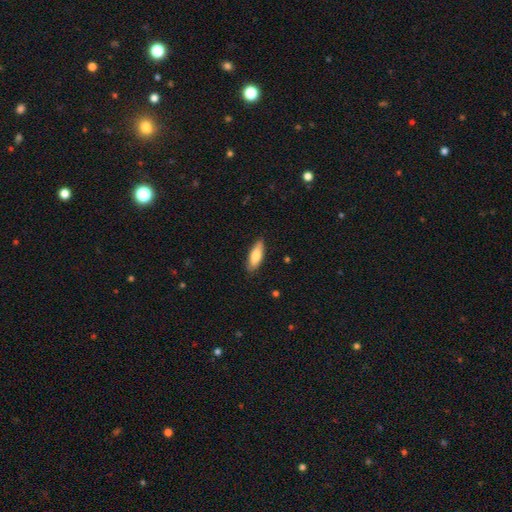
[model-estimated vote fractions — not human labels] The model was most divided on "how rounded": in between: 59%, cigar-shaped: 39%, round: 2%. More confident: merging — none (84%); smooth or featured — smooth (79%).